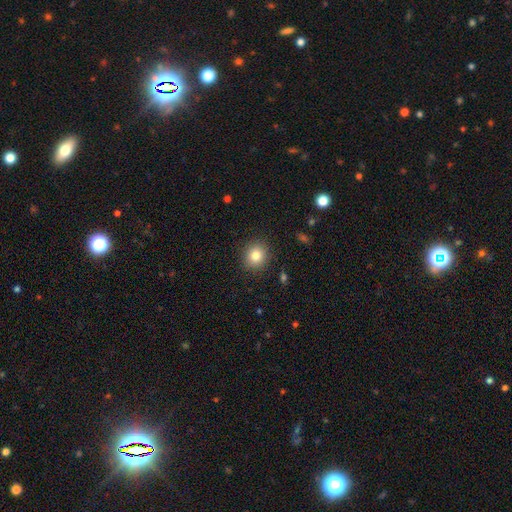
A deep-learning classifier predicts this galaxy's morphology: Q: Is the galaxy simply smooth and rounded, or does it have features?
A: smooth — 82%.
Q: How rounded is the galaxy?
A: round — 85%.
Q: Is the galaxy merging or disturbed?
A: none — 90%.